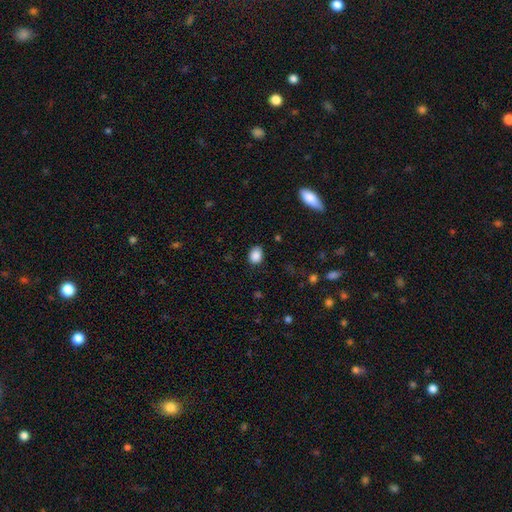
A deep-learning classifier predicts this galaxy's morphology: type=smooth (87%); roundness=in between (59%); merging=none (81%).